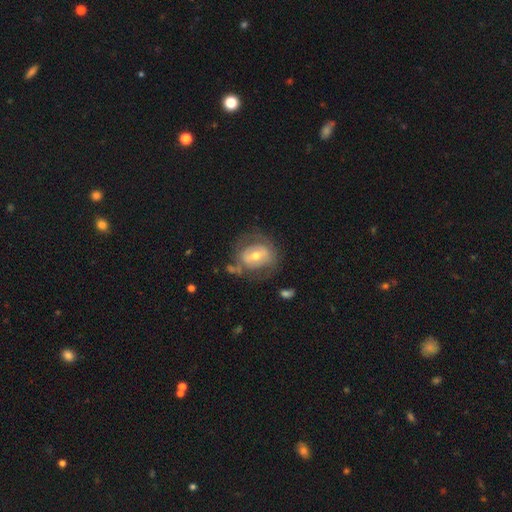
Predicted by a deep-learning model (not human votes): The model was most divided on "bar": no: 42%, weak: 36%, strong: 22%. More confident: edge-on disk — no (95%); bulge size — moderate (66%); merging — none (60%); spiral arms — no (59%); smooth or featured — featured or disk (59%).